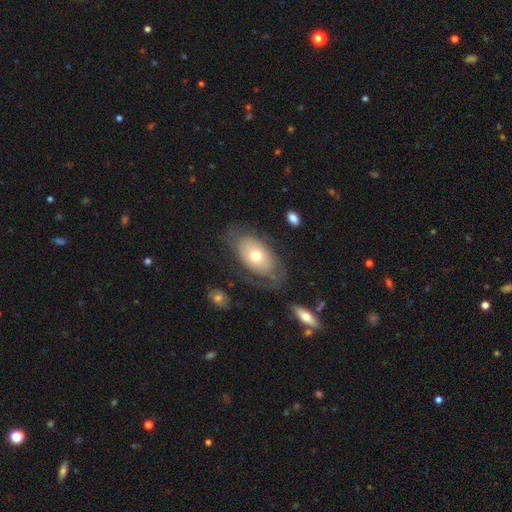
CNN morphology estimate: A smooth galaxy with no disk features (54%) that is in between round and cigar-shaped (90%).

Vote fractions:
- Smooth or featured? smooth: 54% / featured or disk: 39% / star or artifact: 7%
- How rounded? in between: 90% / round: 9% / cigar-shaped: 2%
- Merging? none: 60% / minor disturbance: 20% / major disturbance: 17% / merger: 3%